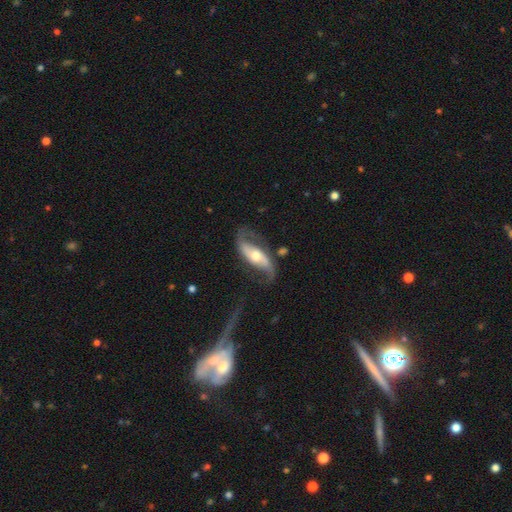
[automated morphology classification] smooth-or-featured: featured or disk: 83% | smooth: 12% | star or artifact: 5%
  disk-edge-on: no: 91% | yes: 9%
    bar: no: 43% | weak: 29% | strong: 28%
    has-spiral-arms: yes: 93% | no: 7%
      spiral-winding: loose: 67% | medium: 25% | tight: 8%
      spiral-arm-count: 2: 91% | 1: 3% | can't tell: 3% | 3: 1% | 4: 1% | more than 4: 1%
    bulge-size: moderate: 66% | small: 23% | large: 8% | dominant: 1% | none: 1%
  merging: none: 63% | minor disturbance: 19% | major disturbance: 15% | merger: 3%